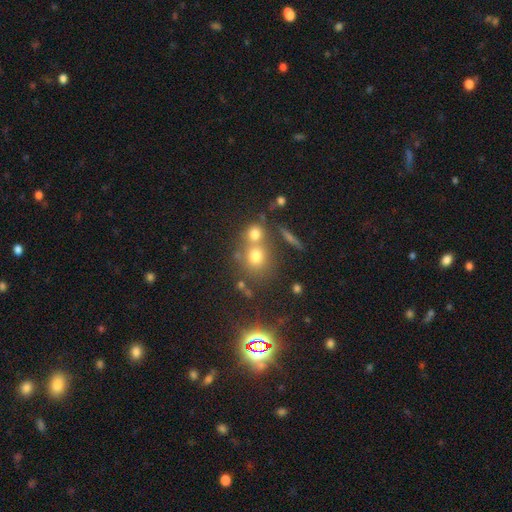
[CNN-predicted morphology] smooth-or-featured: smooth: 57% | star or artifact: 28% | featured or disk: 15%
  how-rounded: round: 79% | in between: 20% | cigar-shaped: 2%
  merging: none: 51% | merger: 38% | minor disturbance: 8% | major disturbance: 4%